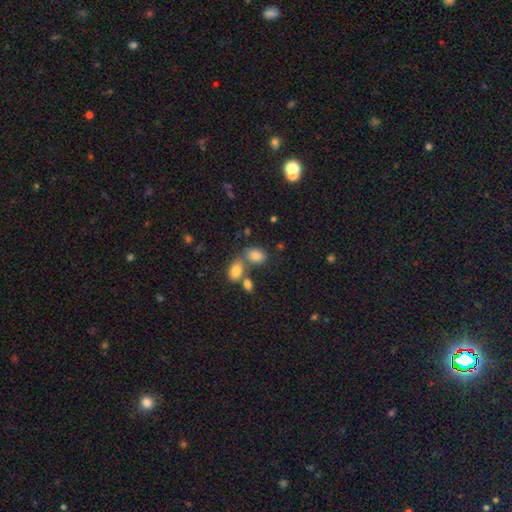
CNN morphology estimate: Smooth or featured? smooth (81%)
How rounded? in between (87%)
Merging? none (44%)